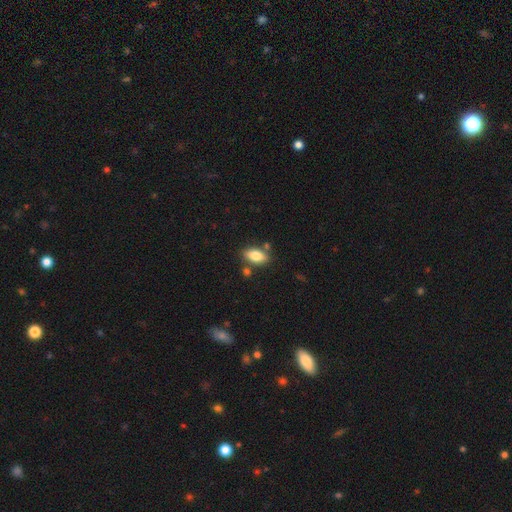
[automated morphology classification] smooth-or-featured: smooth: 81% | featured or disk: 12% | star or artifact: 7%
  how-rounded: in between: 88% | cigar-shaped: 7% | round: 4%
  merging: none: 77% | minor disturbance: 12% | merger: 8% | major disturbance: 3%